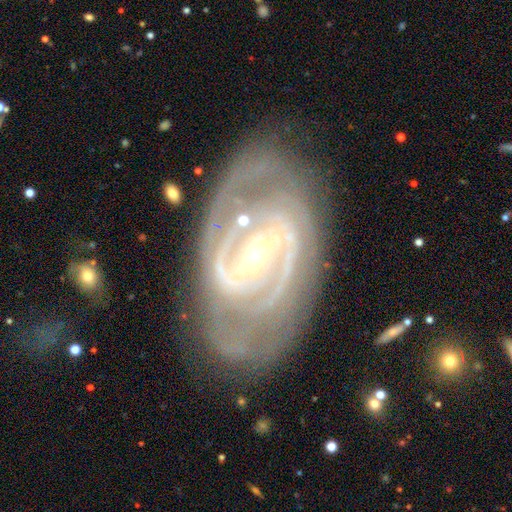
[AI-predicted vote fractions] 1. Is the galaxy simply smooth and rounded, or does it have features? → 90% featured or disk, 5% star or artifact, 5% smooth.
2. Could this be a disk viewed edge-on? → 96% no, 4% yes.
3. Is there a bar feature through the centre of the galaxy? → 37% strong, 36% weak, 26% no.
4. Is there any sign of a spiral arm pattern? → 97% yes, 3% no.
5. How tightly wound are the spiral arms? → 63% tight, 31% medium, 6% loose.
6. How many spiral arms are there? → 52% 2, 16% 3, 15% can't tell, 7% 4, 5% more than 4, 4% 1.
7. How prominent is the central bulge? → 75% small, 21% moderate, 2% large, 1% none, 1% dominant.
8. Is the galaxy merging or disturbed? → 75% none, 16% minor disturbance, 7% major disturbance, 2% merger.